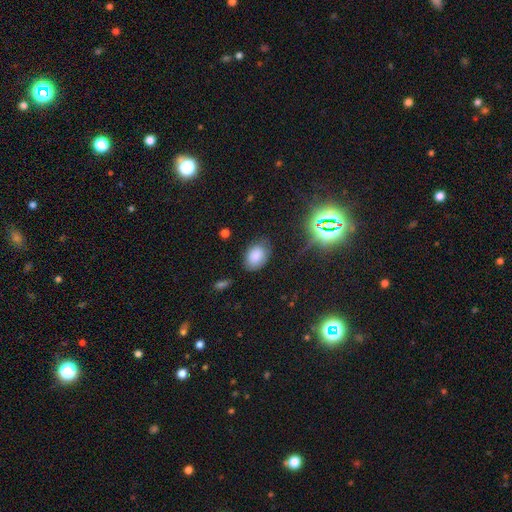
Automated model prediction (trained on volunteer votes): smooth 79%, star or artifact 13%, featured or disk 8%. Down the decision tree: how rounded — in between (82%); merging — none (73%).